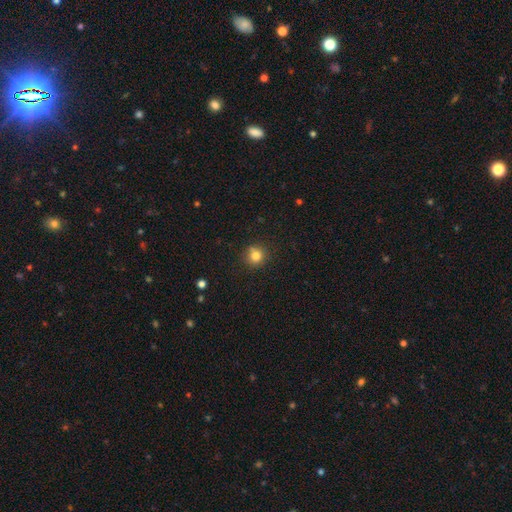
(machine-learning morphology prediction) A smooth galaxy with no disk features (80%) that is round (91%).

Vote fractions:
- Smooth or featured? smooth: 80% / star or artifact: 13% / featured or disk: 8%
- How rounded? round: 91% / in between: 8% / cigar-shaped: 1%
- Merging? none: 82% / minor disturbance: 11% / merger: 4% / major disturbance: 3%